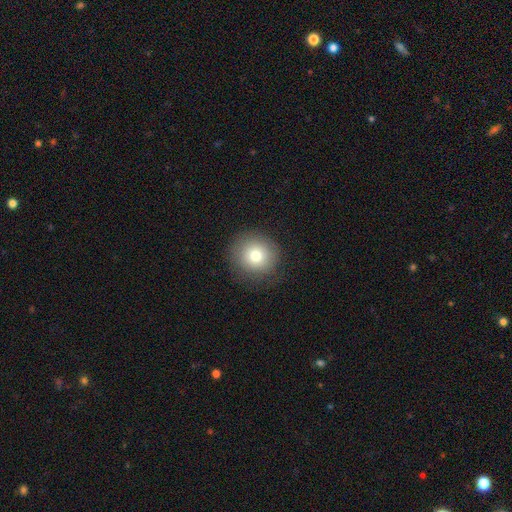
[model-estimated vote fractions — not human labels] Q: Smooth or featured?
A: smooth (76%); runner-up: featured or disk (12%)
Q: How rounded?
A: round (92%); runner-up: in between (7%)
Q: Merging?
A: none (85%); runner-up: minor disturbance (10%)